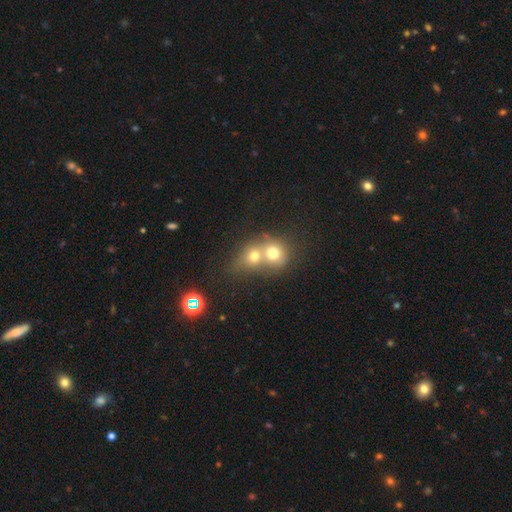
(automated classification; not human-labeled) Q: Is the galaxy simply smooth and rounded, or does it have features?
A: smooth — 62%.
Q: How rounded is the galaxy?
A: round — 73%.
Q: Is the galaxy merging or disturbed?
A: merger — 70%.